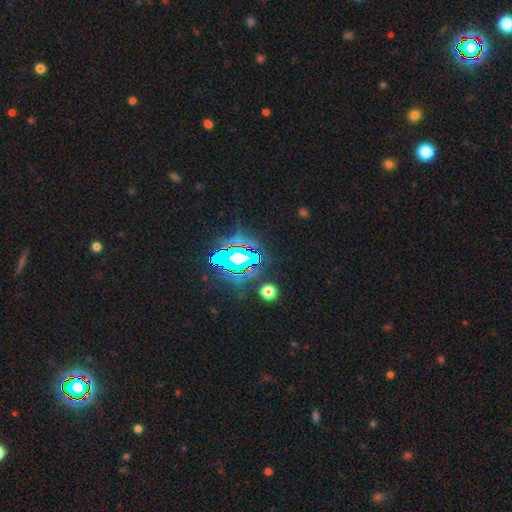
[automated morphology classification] Overall: star or artifact (82%).